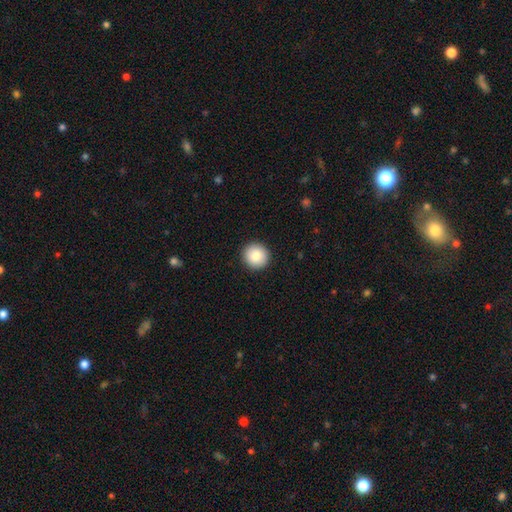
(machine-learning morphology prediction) A smooth galaxy with no disk features (85%) that is round (94%).

Vote fractions:
- Smooth or featured? smooth: 85% / star or artifact: 8% / featured or disk: 7%
- How rounded? round: 94% / in between: 5% / cigar-shaped: 1%
- Merging? none: 93% / minor disturbance: 5% / major disturbance: 2% / merger: 1%